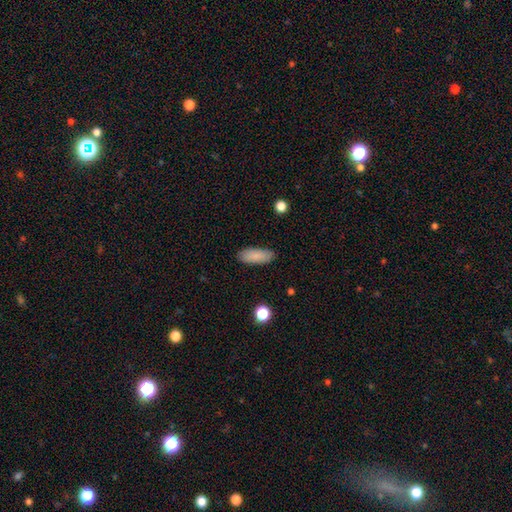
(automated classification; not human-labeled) smooth 87%, star or artifact 7%, featured or disk 6%. Down the decision tree: how rounded — in between (76%); merging — none (86%).